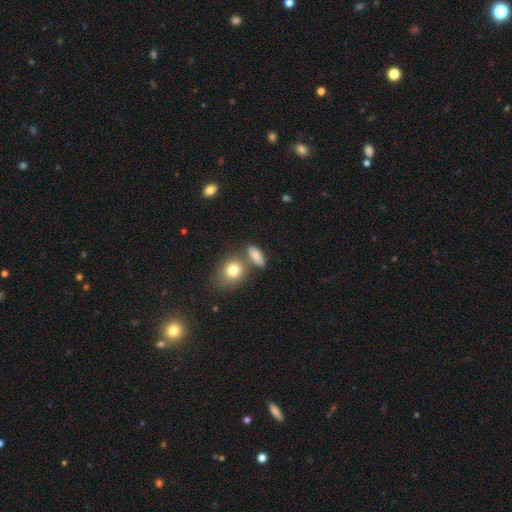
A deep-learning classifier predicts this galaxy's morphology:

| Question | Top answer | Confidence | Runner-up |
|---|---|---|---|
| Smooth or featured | smooth | 80% | featured or disk (12%) |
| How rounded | in between | 67% | cigar-shaped (17%) |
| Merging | none | 61% | merger (21%) |